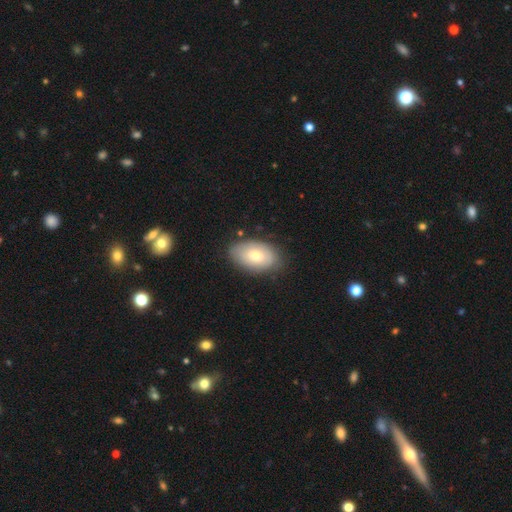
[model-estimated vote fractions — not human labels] smooth 69%, featured or disk 25%, star or artifact 6%. Down the decision tree: how rounded — in between (92%); merging — none (77%).